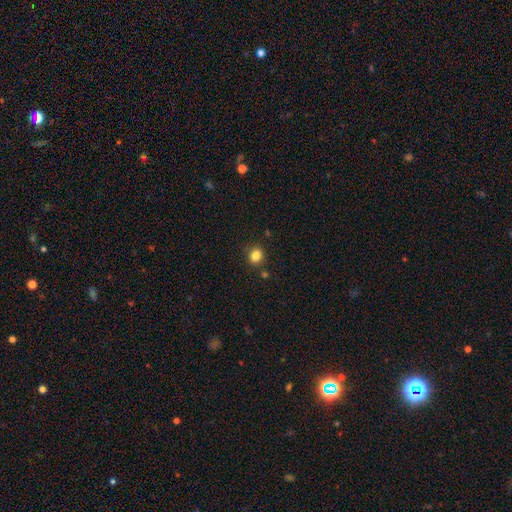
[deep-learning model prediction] smooth_or_featured: smooth (p=0.84) [alt: star or artifact p=0.12]
how_rounded: round (p=0.79) [alt: in between p=0.20]
merging: none (p=0.86) [alt: minor disturbance p=0.08]